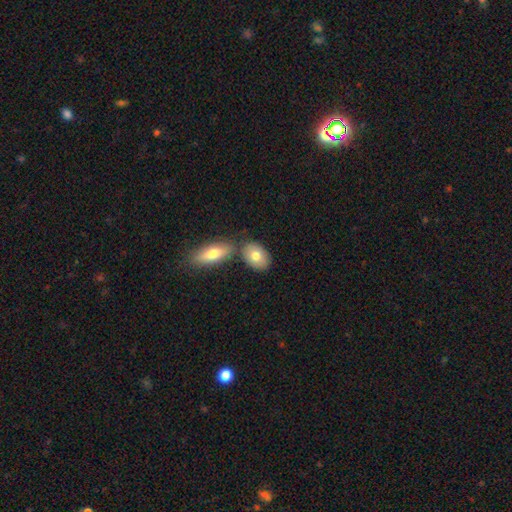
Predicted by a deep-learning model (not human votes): Smooth or featured? smooth (75%)
How rounded? in between (83%)
Merging? none (65%)